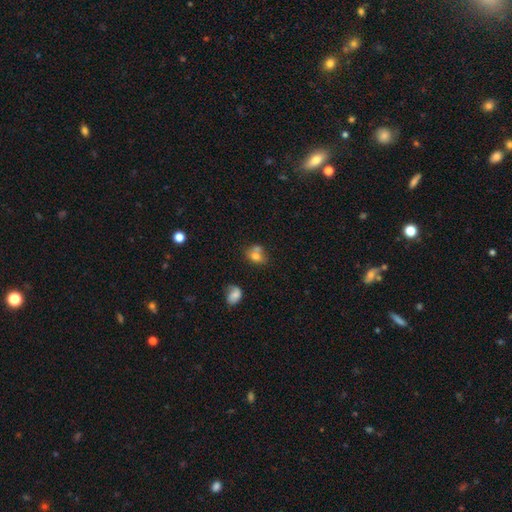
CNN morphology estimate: This is likely a smooth galaxy (71%). How rounded: possibly in between (53%). Merging: marginally merger (40%).